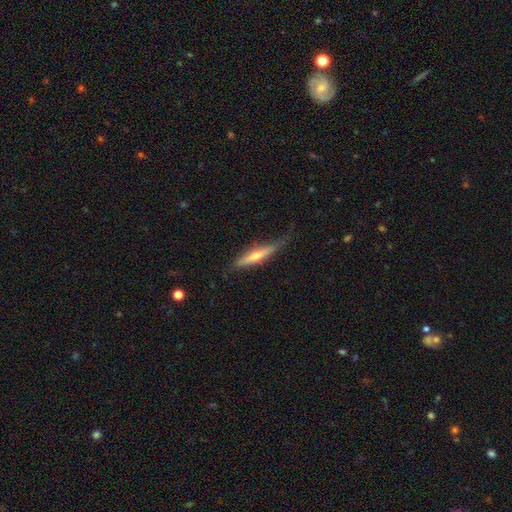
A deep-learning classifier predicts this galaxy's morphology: This is possibly a featured or disk galaxy (56%). It is clearly viewed edge-on (93%). Edge-on bulge: likely rounded (80%). Merging: likely none (66%).